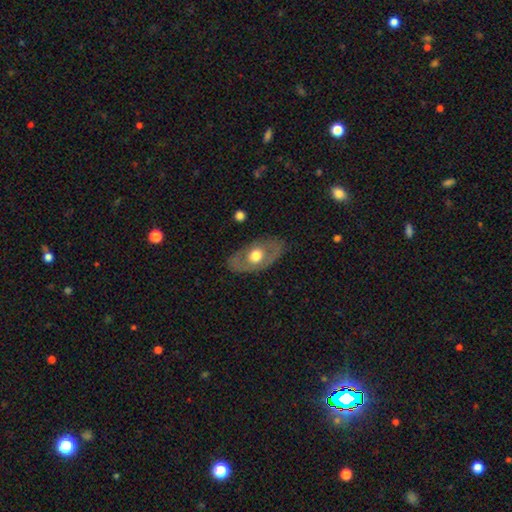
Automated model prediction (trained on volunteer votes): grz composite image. It shows a featured or disk galaxy (48%). Merging: none (80%).